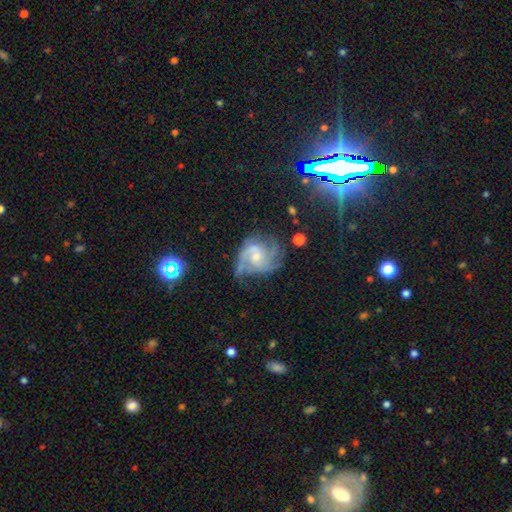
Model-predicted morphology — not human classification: smooth_or_featured: featured or disk (p=0.87) [alt: smooth p=0.07]
disk_edge_on: no (p=0.98) [alt: yes p=0.02]
bar: no (p=0.60) [alt: weak p=0.34]
has_spiral_arms: yes (p=0.97) [alt: no p=0.03]
spiral_winding: medium (p=0.50) [alt: tight p=0.31]
spiral_arm_count: 3 (p=0.33) [alt: 2 p=0.27]
bulge_size: small (p=0.51) [alt: moderate p=0.39]
merging: none (p=0.60) [alt: minor disturbance p=0.22]